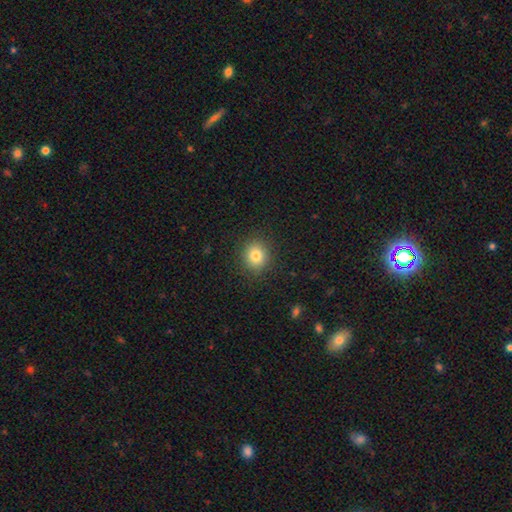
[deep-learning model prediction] Smooth or featured: smooth — 80% (star or artifact — 12%)
How rounded: round — 83% (in between — 16%)
Merging: none — 90% (minor disturbance — 7%)